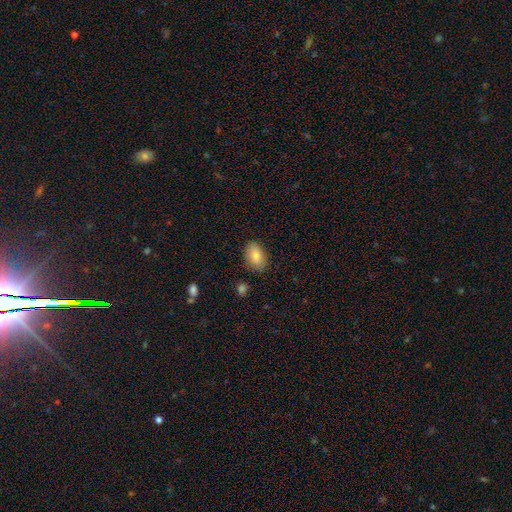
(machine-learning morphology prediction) The model was most divided on "merging": none: 83%, minor disturbance: 12%, major disturbance: 3%, merger: 1%. More confident: how rounded — in between (89%); smooth or featured — smooth (84%).